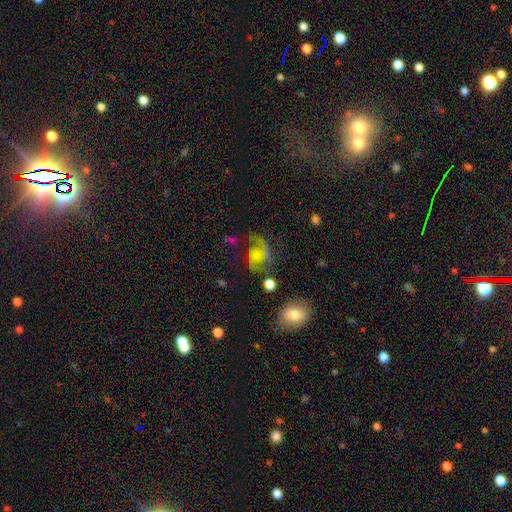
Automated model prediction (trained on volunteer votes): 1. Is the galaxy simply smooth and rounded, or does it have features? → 62% featured or disk, 22% smooth, 16% star or artifact.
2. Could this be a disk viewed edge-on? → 97% no, 3% yes.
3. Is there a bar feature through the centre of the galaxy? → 68% no, 27% weak, 5% strong.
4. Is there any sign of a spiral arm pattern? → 85% yes, 15% no.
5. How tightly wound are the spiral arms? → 46% medium, 35% loose, 19% tight.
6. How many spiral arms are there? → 64% 2, 22% 1, 8% can't tell, 2% 3, 1% 4, 1% more than 4.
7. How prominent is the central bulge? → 34% small, 29% moderate, 26% none, 8% large, 3% dominant.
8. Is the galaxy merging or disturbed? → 50% none, 24% major disturbance, 19% minor disturbance, 7% merger.